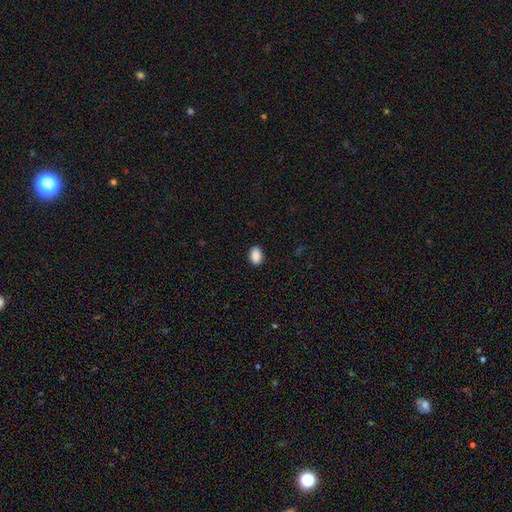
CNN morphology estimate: Overall: smooth (90%). How rounded: in between (88%). Merging: none (89%).